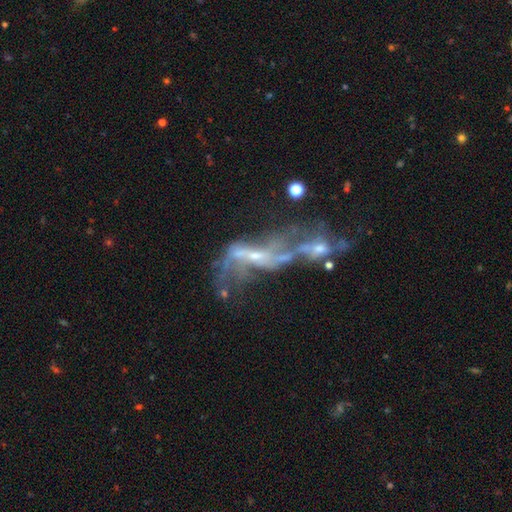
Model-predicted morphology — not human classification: Smooth or featured?
  - featured or disk: 73% *
  - star or artifact: 15%
  - smooth: 12%
Edge-on disk?
  - no: 92% *
  - yes: 8%
Bar?
  - no: 55% *
  - weak: 29%
  - strong: 17%
Spiral arms?
  - yes: 55% *
  - no: 45%
Bulge size?
  - small: 47% *
  - none: 25%
  - moderate: 24%
  - large: 2%
  - dominant: 1%
Merging?
  - merger: 56% *
  - major disturbance: 26%
  - none: 12%
  - minor disturbance: 7%